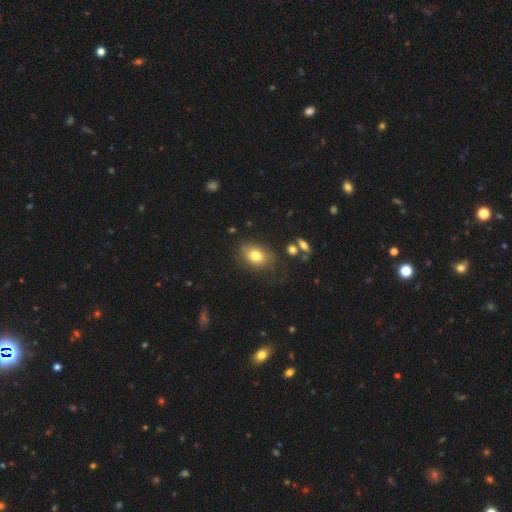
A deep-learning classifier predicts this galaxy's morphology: Smooth or featured?
  - smooth: 78% *
  - featured or disk: 12%
  - star or artifact: 10%
How rounded?
  - in between: 68% *
  - round: 31%
  - cigar-shaped: 1%
Merging?
  - none: 74% *
  - minor disturbance: 16%
  - major disturbance: 6%
  - merger: 3%